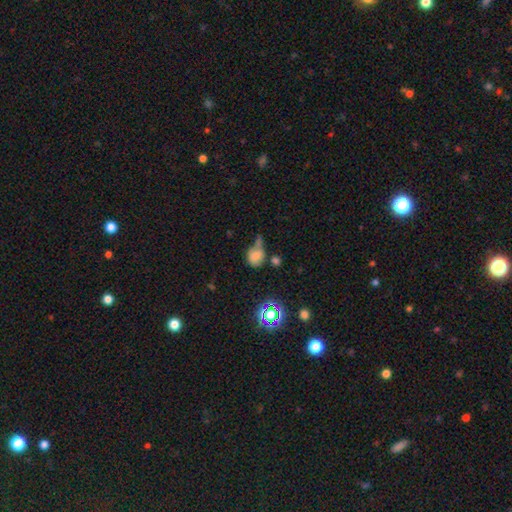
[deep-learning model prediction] smooth_or_featured: smooth (p=0.70) [alt: star or artifact p=0.16]
how_rounded: round (p=0.56) [alt: in between p=0.43]
merging: minor disturbance (p=0.30) [alt: none p=0.28]